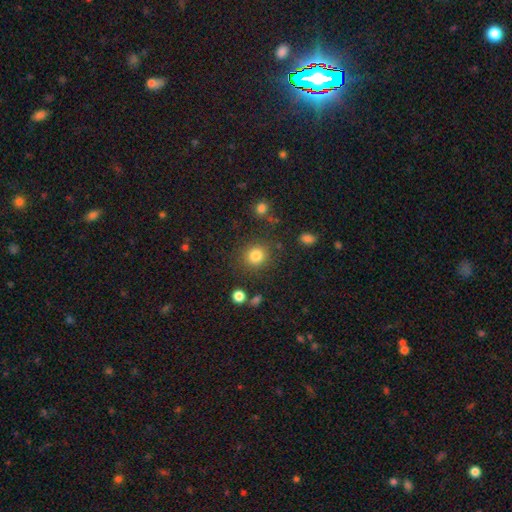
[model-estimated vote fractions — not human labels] A smooth galaxy with no disk features (83%) that is round (89%).

Vote fractions:
- Smooth or featured? smooth: 83% / star or artifact: 11% / featured or disk: 5%
- How rounded? round: 89% / in between: 10% / cigar-shaped: 1%
- Merging? none: 85% / minor disturbance: 8% / major disturbance: 4% / merger: 3%